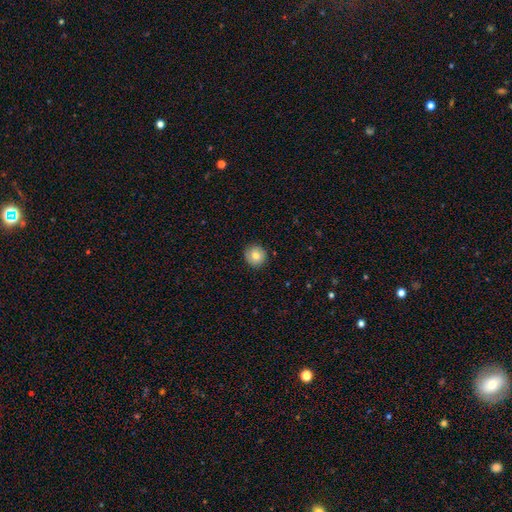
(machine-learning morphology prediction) smooth_or_featured: smooth (p=0.73) [alt: featured or disk p=0.18]
how_rounded: round (p=0.92) [alt: in between p=0.07]
merging: none (p=0.86) [alt: minor disturbance p=0.11]